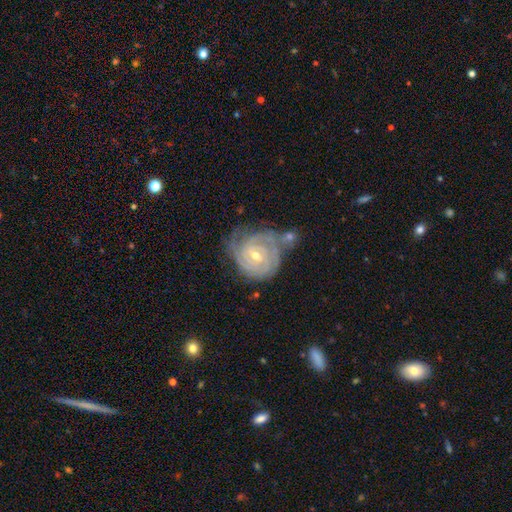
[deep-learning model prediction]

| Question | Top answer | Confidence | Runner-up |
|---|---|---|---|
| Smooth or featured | featured or disk | 88% | smooth (7%) |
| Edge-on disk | no | 98% | yes (2%) |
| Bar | weak | 48% | no (39%) |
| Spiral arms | yes | 97% | no (3%) |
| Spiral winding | tight | 80% | medium (17%) |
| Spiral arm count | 3 | 29% | can't tell (25%) |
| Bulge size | small | 51% | moderate (46%) |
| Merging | none | 52% | minor disturbance (23%) |